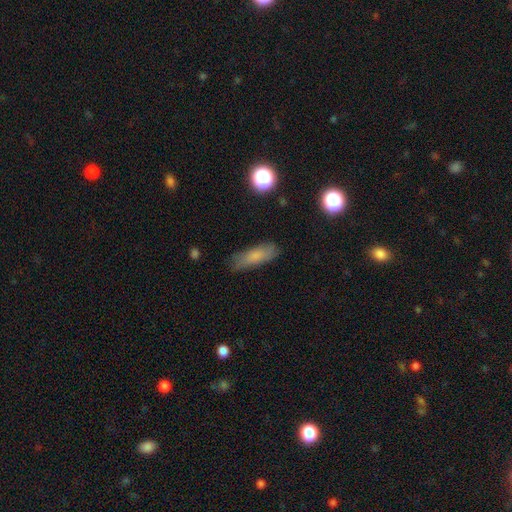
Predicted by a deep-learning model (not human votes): Smooth or featured? smooth (75%)
How rounded? cigar-shaped (51%)
Merging? none (77%)